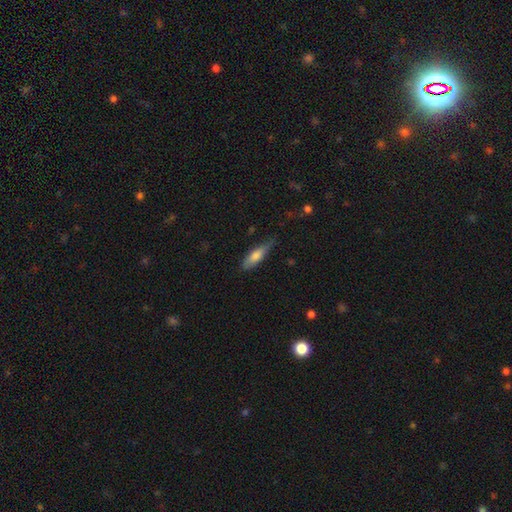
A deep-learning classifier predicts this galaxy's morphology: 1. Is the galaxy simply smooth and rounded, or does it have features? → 75% smooth, 19% featured or disk, 6% star or artifact.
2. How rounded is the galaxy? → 50% cigar-shaped, 48% in between, 2% round.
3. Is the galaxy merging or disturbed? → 60% none, 31% minor disturbance, 7% major disturbance, 2% merger.